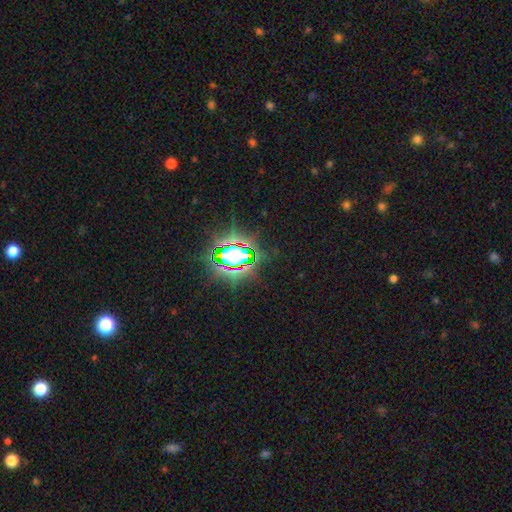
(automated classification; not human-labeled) star or artifact 77%, smooth 13%, featured or disk 9%.